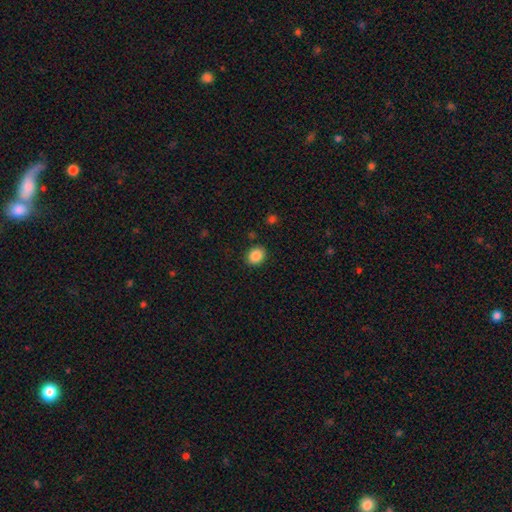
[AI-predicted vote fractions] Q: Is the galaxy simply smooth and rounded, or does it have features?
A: smooth — 88%.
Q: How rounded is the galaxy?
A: round — 55%.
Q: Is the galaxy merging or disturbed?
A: none — 88%.